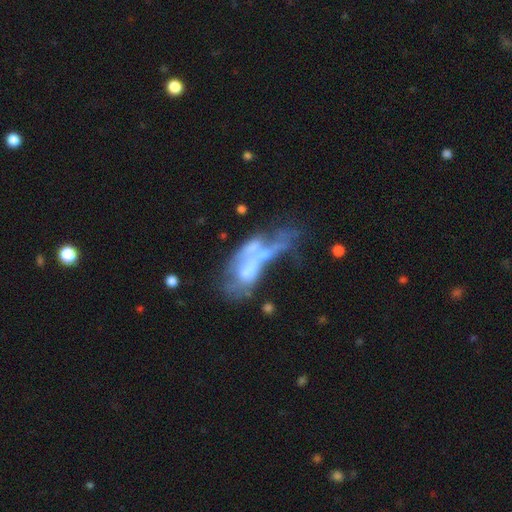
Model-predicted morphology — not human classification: Smooth or featured? Predicted: featured or disk (p=0.59). Edge-on disk? Predicted: no (p=0.90). Bar? Predicted: no (p=0.82). Spiral arms? Predicted: no (p=0.84). Bulge size? Predicted: none (p=0.45). Merging? Predicted: merger (p=0.41).